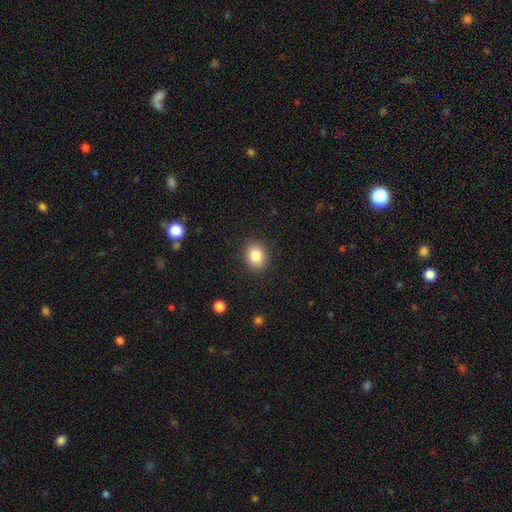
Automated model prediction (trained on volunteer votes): Smooth or featured? smooth (85%)
How rounded? in between (51%)
Merging? none (88%)